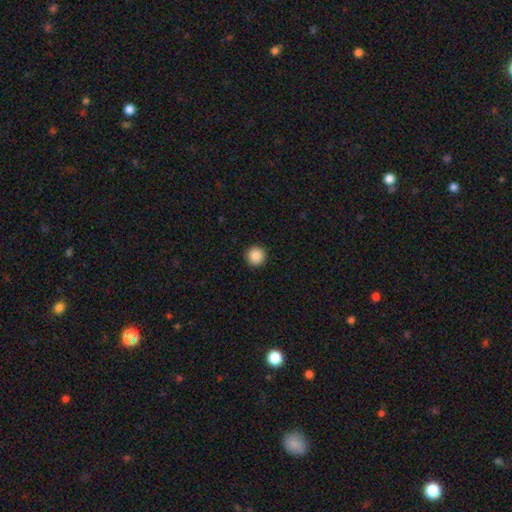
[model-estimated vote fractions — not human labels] A smooth galaxy with no disk features (88%) that is round (96%). Merging: none (93%).